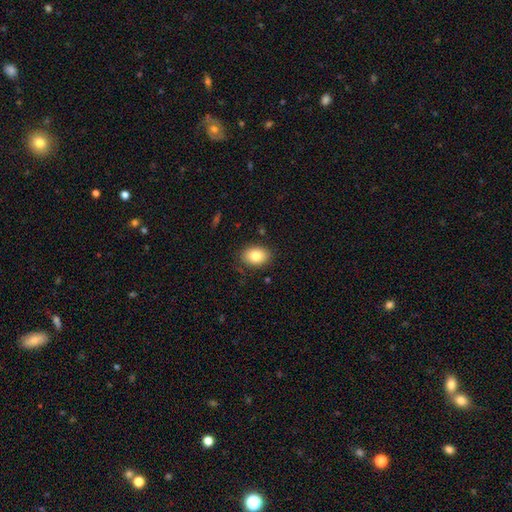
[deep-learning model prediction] Smooth or featured: smooth — 82% (featured or disk — 10%)
How rounded: in between — 76% (round — 23%)
Merging: none — 83% (minor disturbance — 13%)